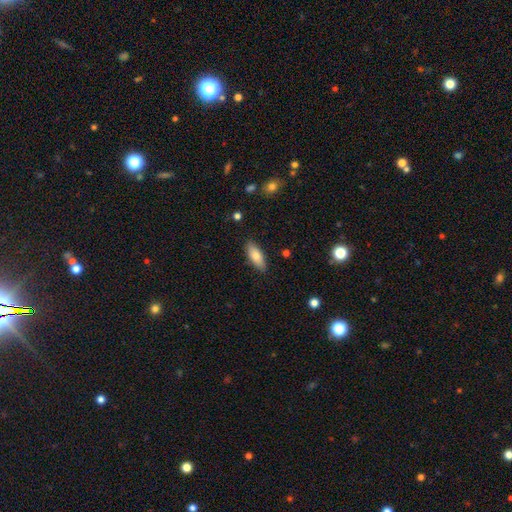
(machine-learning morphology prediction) Smooth or featured?
  - smooth: 77% *
  - featured or disk: 17%
  - star or artifact: 6%
How rounded?
  - in between: 74% *
  - cigar-shaped: 23%
  - round: 2%
Merging?
  - none: 87% *
  - minor disturbance: 10%
  - major disturbance: 2%
  - merger: 1%